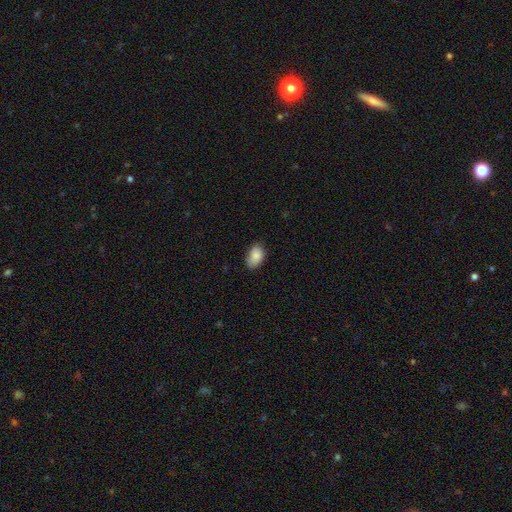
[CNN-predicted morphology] Smooth or featured? Predicted: smooth (p=0.88). How rounded? Predicted: in between (p=0.91). Merging? Predicted: none (p=0.73).